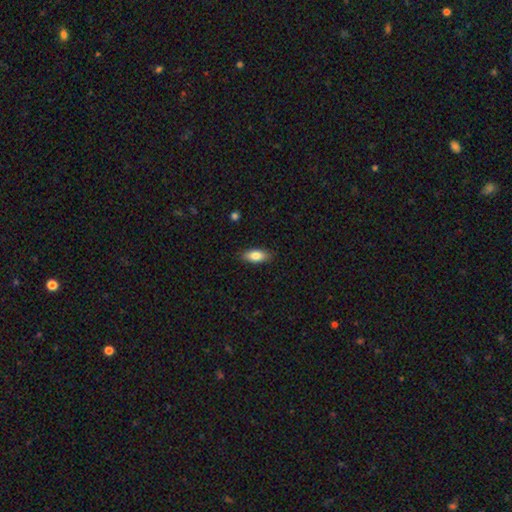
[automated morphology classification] The model was most divided on "smooth or featured": smooth: 83%, featured or disk: 11%, star or artifact: 7%. More confident: merging — none (87%); how rounded — in between (85%).